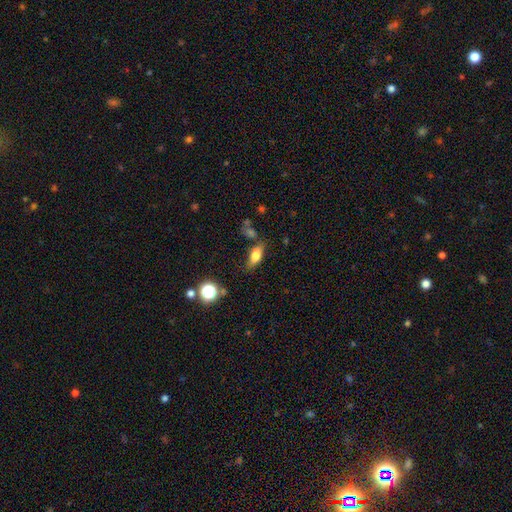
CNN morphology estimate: Smooth or featured: smooth — 73% (featured or disk — 16%)
How rounded: in between — 78% (cigar-shaped — 16%)
Merging: none — 69% (minor disturbance — 18%)